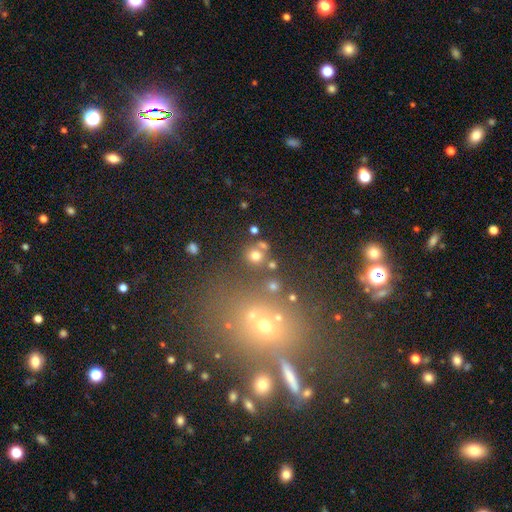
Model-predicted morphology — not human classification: The model was most divided on "smooth or featured": smooth: 72%, star or artifact: 20%, featured or disk: 8%. More confident: how rounded — round (91%); merging — none (75%).